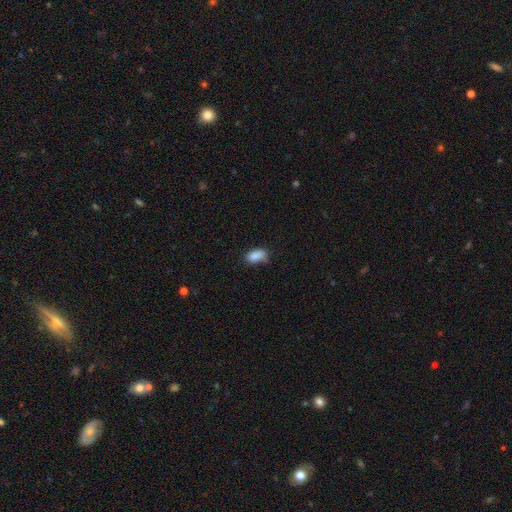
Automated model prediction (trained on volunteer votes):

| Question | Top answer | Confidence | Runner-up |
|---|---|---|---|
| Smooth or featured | smooth | 86% | star or artifact (9%) |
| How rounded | in between | 91% | round (5%) |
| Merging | none | 63% | minor disturbance (28%) |